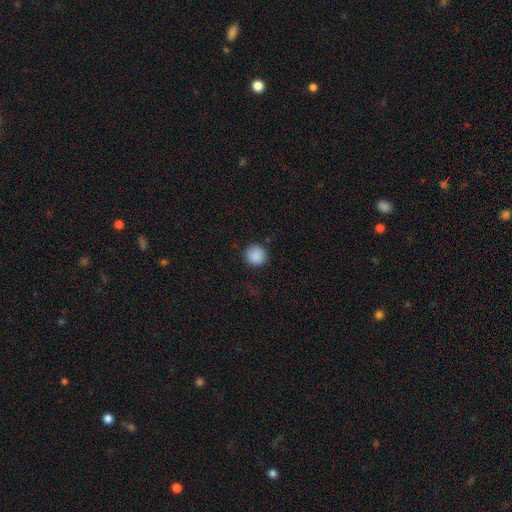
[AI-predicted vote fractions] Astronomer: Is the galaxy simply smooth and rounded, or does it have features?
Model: smooth — 89%.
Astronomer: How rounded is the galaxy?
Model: round — 93%.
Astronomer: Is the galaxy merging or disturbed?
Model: none — 88%.